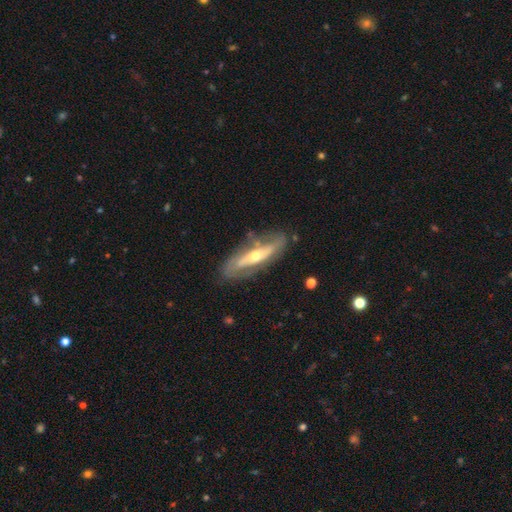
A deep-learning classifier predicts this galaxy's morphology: The model was most divided on "bar": no: 38%, strong: 36%, weak: 26%. More confident: smooth or featured — featured or disk (77%); spiral arms — yes (75%); merging — none (75%); edge-on disk — no (67%); bulge size — moderate (56%).